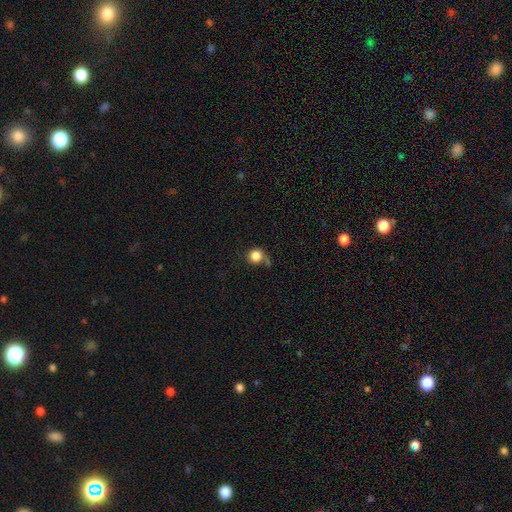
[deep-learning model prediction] A smooth galaxy with no disk features (84%) that is round (91%). Merging: none (60%).